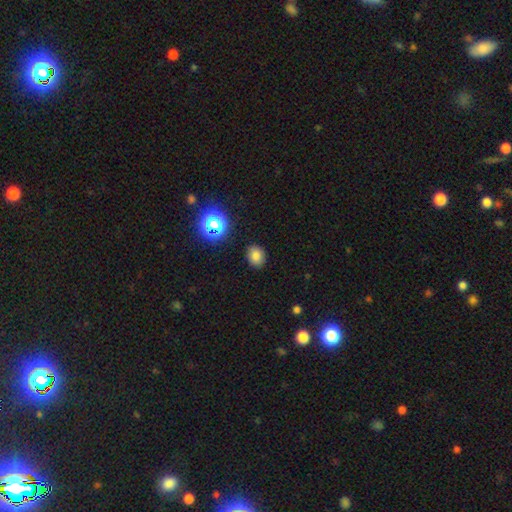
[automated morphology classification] This is likely a smooth galaxy (78%). How rounded: possibly round (57%). Merging: clearly none (88%).